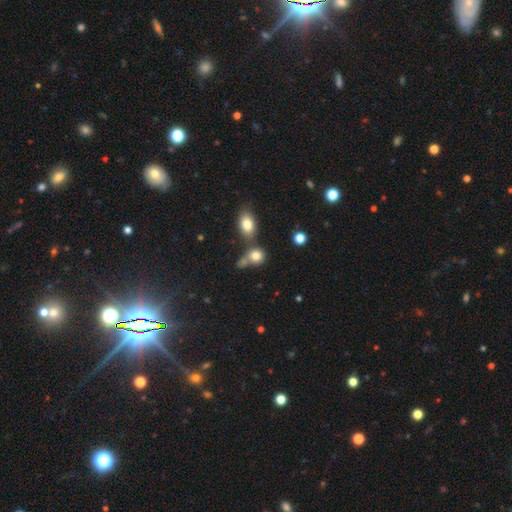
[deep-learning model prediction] This is likely a smooth galaxy (79%). How rounded: likely round (67%). Merging: possibly none (45%).